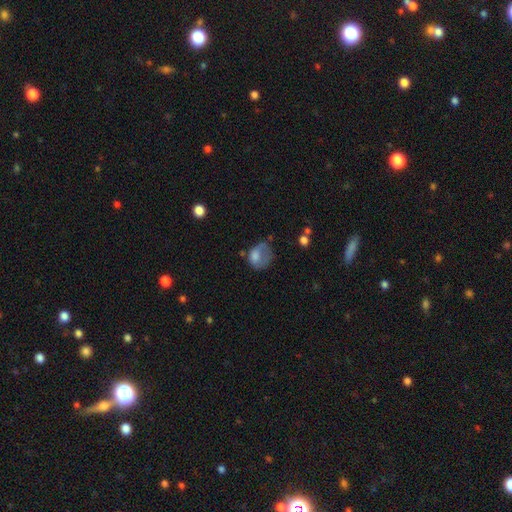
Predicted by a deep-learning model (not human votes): smooth-or-featured: smooth: 66% | featured or disk: 25% | star or artifact: 10%
  how-rounded: in between: 53% | round: 46% | cigar-shaped: 1%
  merging: major disturbance: 38% | none: 30% | minor disturbance: 28% | merger: 4%